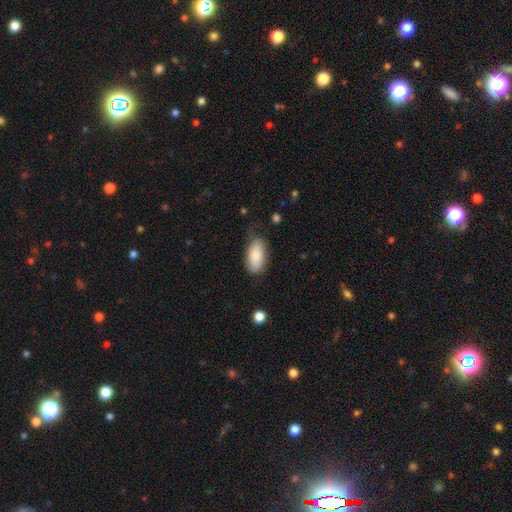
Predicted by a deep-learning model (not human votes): Q: Smooth or featured?
A: smooth (83%); runner-up: featured or disk (10%)
Q: How rounded?
A: in between (93%); runner-up: cigar-shaped (4%)
Q: Merging?
A: none (64%); runner-up: minor disturbance (26%)